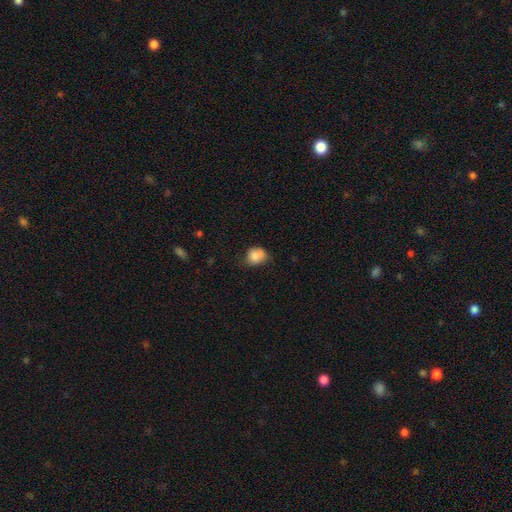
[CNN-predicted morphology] Overall: smooth (79%). How rounded: round (57%; in between 42%). Merging: none (48%; minor disturbance 31%).